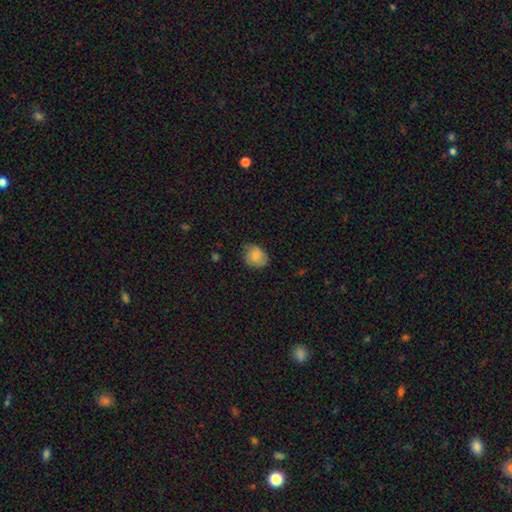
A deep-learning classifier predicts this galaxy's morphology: smooth 72%, featured or disk 20%, star or artifact 8%. Down the decision tree: how rounded — round (65%); merging — none (63%).